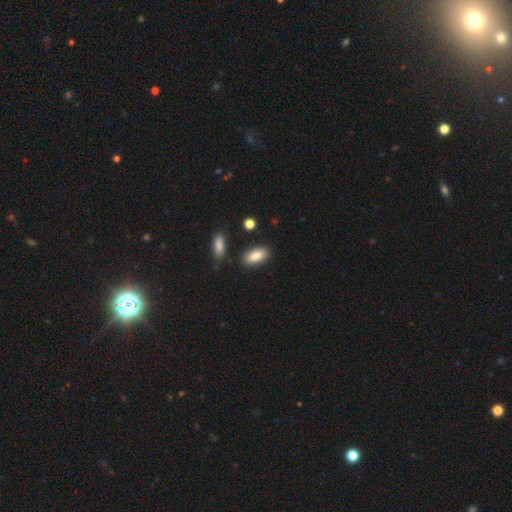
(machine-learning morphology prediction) Q: Smooth or featured?
A: smooth (84%); runner-up: featured or disk (9%)
Q: How rounded?
A: in between (86%); runner-up: cigar-shaped (11%)
Q: Merging?
A: none (83%); runner-up: minor disturbance (10%)